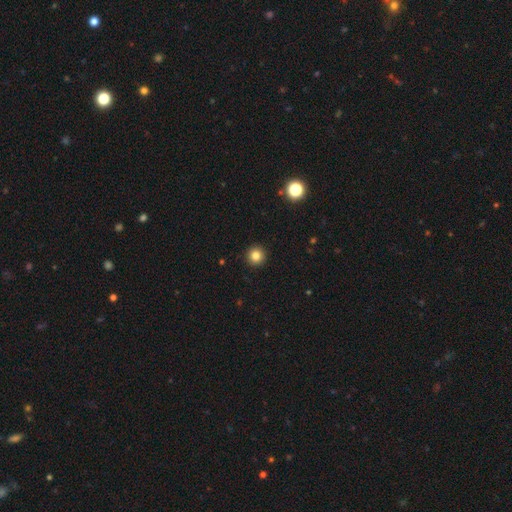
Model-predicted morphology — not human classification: Smooth or featured? Predicted: smooth (p=0.83). How rounded? Predicted: round (p=0.96). Merging? Predicted: none (p=0.93).